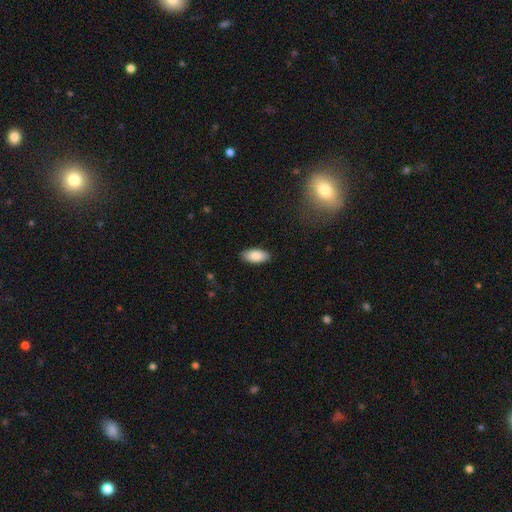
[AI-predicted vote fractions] Overall: smooth (86%). How rounded: in between (90%). Merging: none (89%).